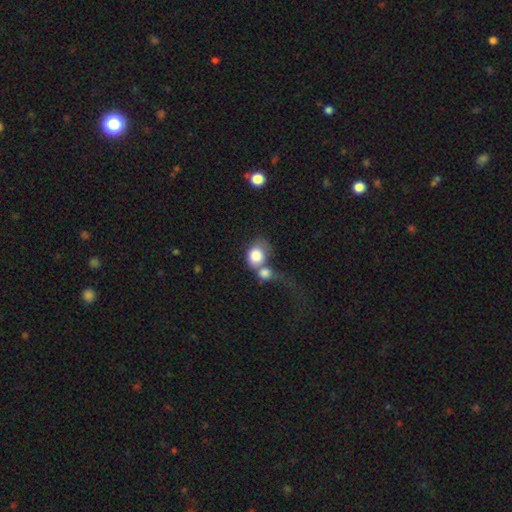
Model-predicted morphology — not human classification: Q: Smooth or featured?
A: smooth (79%); runner-up: featured or disk (13%)
Q: How rounded?
A: round (52%); runner-up: in between (47%)
Q: Merging?
A: merger (63%); runner-up: none (16%)